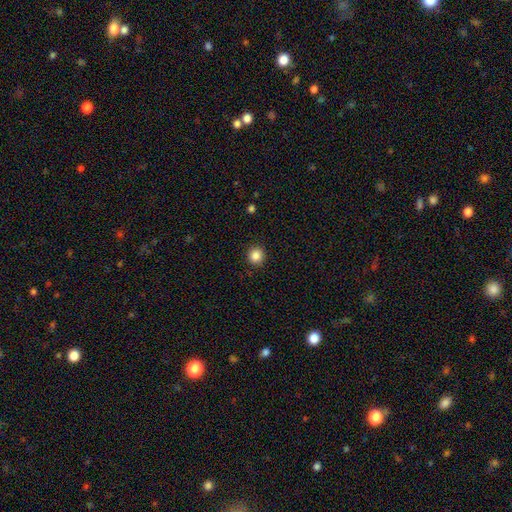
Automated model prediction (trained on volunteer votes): This is clearly a smooth galaxy (86%). How rounded: clearly round (91%). Merging: clearly none (91%).